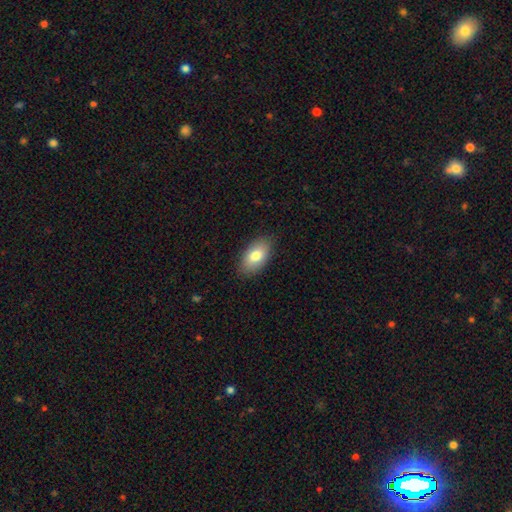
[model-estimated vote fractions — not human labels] Morphology: type=smooth (80%); roundness=in between (93%); merging=none (86%).